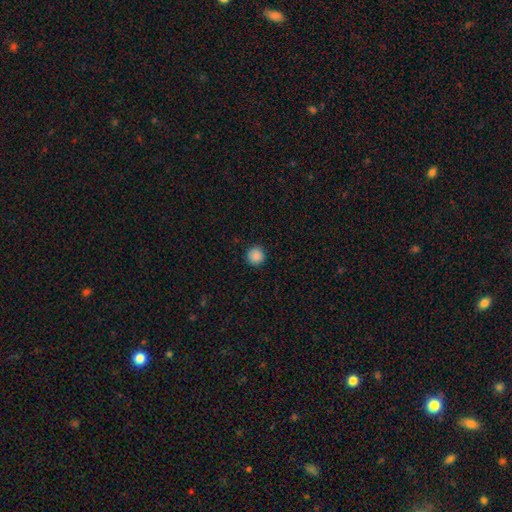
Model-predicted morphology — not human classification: The model was most divided on "smooth or featured": smooth: 88%, star or artifact: 10%, featured or disk: 2%. More confident: how rounded — round (95%); merging — none (92%).